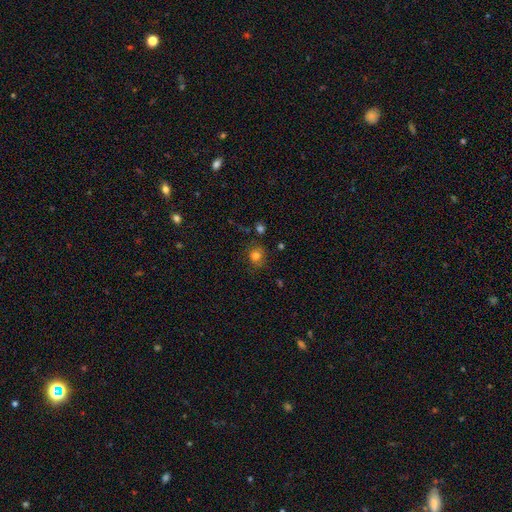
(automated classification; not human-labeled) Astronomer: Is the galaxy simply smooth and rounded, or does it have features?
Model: smooth — 79%.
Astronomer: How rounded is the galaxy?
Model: round — 73%.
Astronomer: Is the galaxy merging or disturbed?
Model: none — 76%.